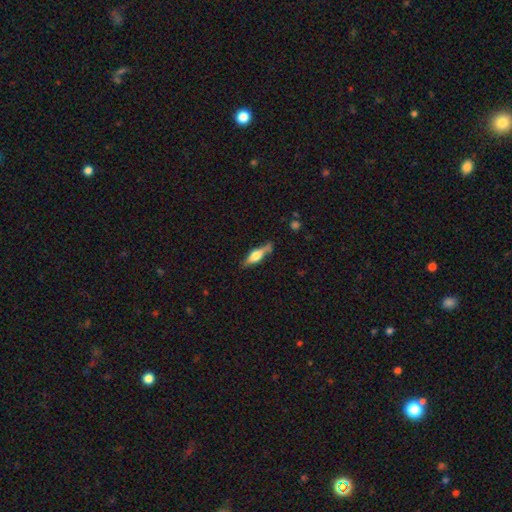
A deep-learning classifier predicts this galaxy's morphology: This is possibly a featured or disk galaxy (55%). It is clearly viewed edge-on (94%). Edge-on bulge: clearly rounded (87%). Merging: likely none (74%).